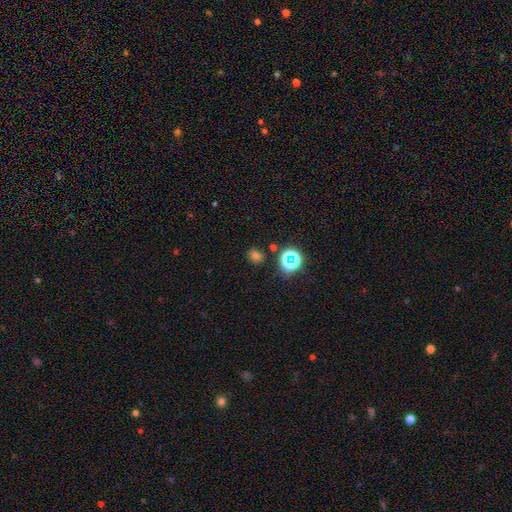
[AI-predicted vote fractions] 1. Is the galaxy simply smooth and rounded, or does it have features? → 66% smooth, 28% star or artifact, 6% featured or disk.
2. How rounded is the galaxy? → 63% round, 36% in between, 1% cigar-shaped.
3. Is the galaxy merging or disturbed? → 82% none, 11% minor disturbance, 4% merger, 3% major disturbance.